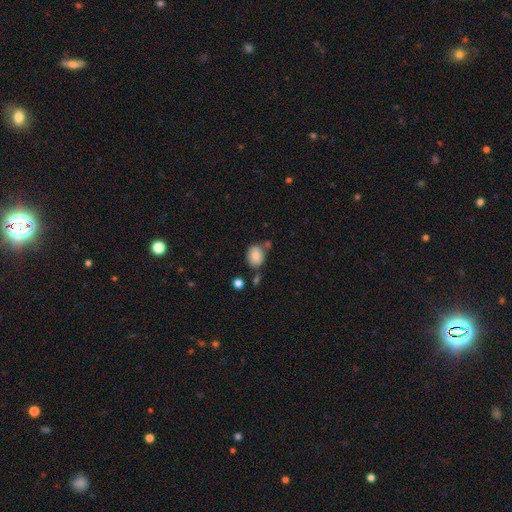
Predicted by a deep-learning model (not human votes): Smooth or featured: smooth — 84% (star or artifact — 9%)
How rounded: in between — 53% (round — 46%)
Merging: none — 66% (minor disturbance — 17%)